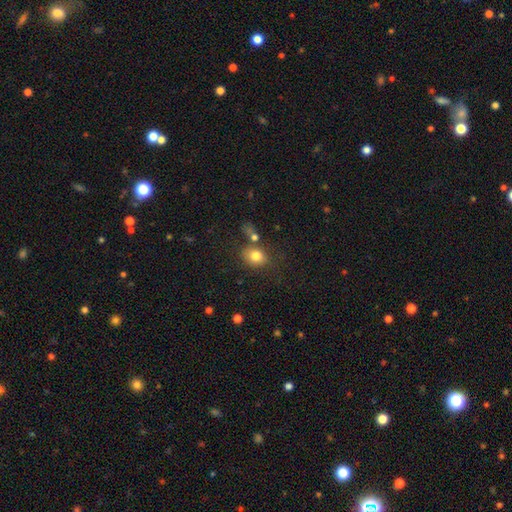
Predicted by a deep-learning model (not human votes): Smooth or featured? smooth (79%)
How rounded? in between (50%)
Merging? none (62%)